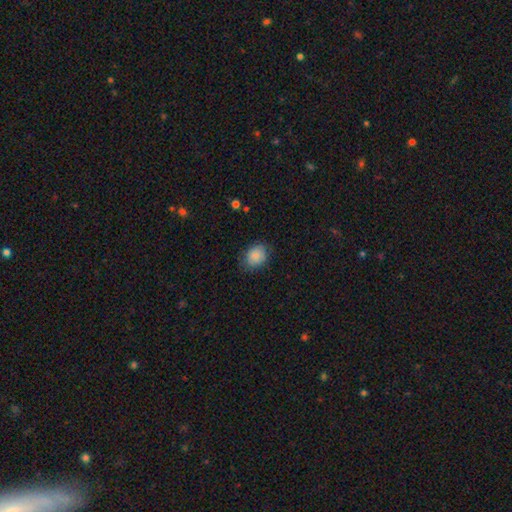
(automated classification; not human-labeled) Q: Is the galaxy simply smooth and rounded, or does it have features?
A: smooth — 85%.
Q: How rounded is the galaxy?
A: round — 51%.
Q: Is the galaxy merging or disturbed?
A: none — 77%.